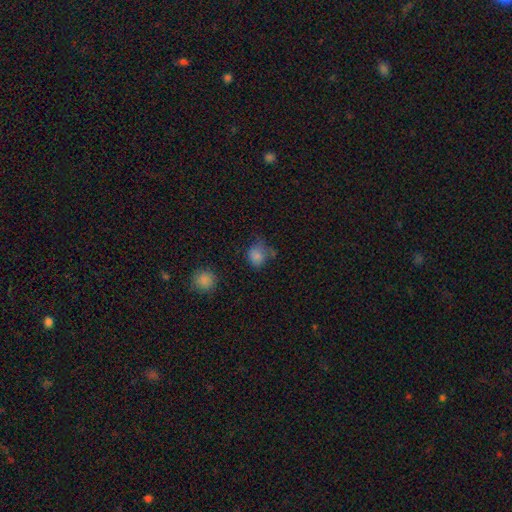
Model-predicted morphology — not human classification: The model was most divided on "merging": none: 51%, minor disturbance: 29%, major disturbance: 13%, merger: 8%. More confident: smooth or featured — smooth (79%); how rounded — round (64%).